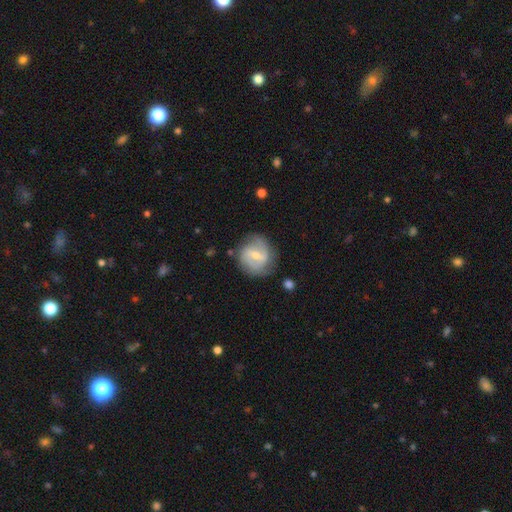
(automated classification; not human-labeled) Q: Smooth or featured?
A: featured or disk (70%); runner-up: smooth (24%)
Q: Edge-on disk?
A: no (97%); runner-up: yes (3%)
Q: Bar?
A: weak (55%); runner-up: strong (27%)
Q: Spiral arms?
A: yes (85%); runner-up: no (15%)
Q: Spiral winding?
A: medium (45%); runner-up: tight (32%)
Q: Spiral arm count?
A: 2 (74%); runner-up: can't tell (15%)
Q: Bulge size?
A: small (48%); runner-up: moderate (47%)
Q: Merging?
A: none (72%); runner-up: minor disturbance (19%)